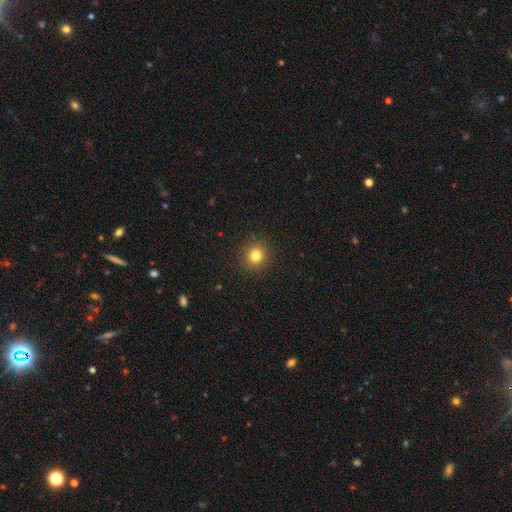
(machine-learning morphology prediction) This is clearly a smooth galaxy (81%). How rounded: clearly round (92%). Merging: clearly none (92%).